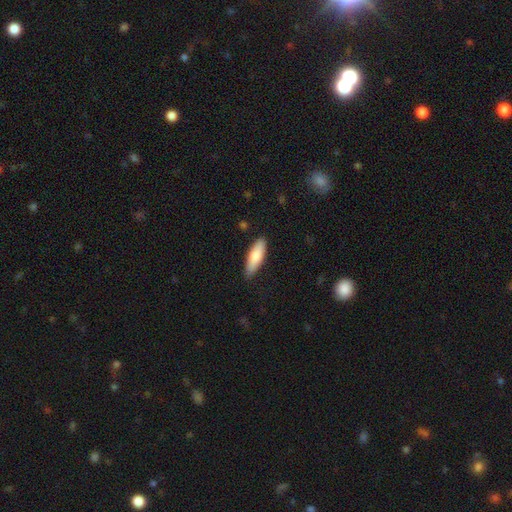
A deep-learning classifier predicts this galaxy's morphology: This appears to be a smooth galaxy with no disk features (79%) that is in between round and cigar-shaped (53%). Merging: none (86%).